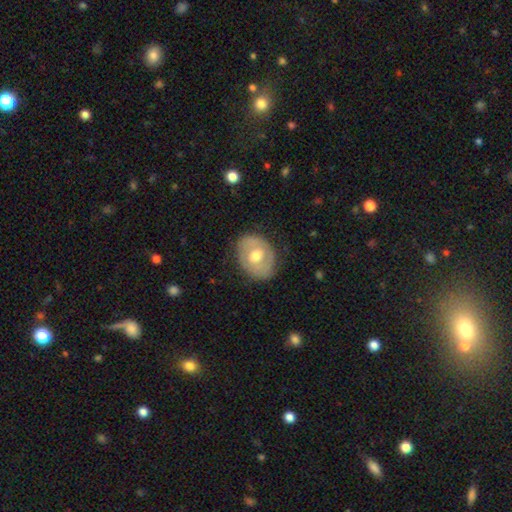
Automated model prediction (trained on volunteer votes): Smooth or featured? featured or disk (49%)
Merging? none (79%)